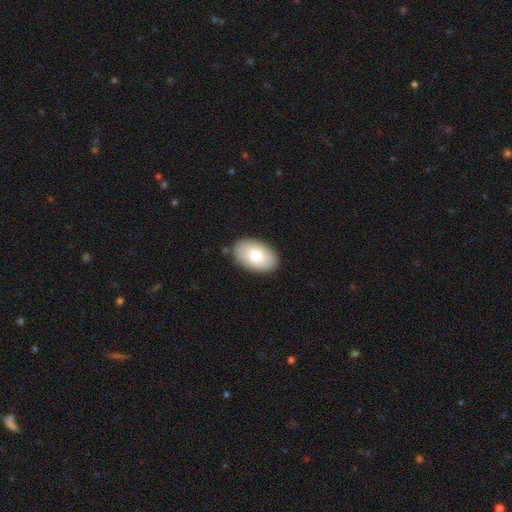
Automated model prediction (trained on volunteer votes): smooth 80%, featured or disk 14%, star or artifact 6%. Down the decision tree: how rounded — in between (93%); merging — none (86%).